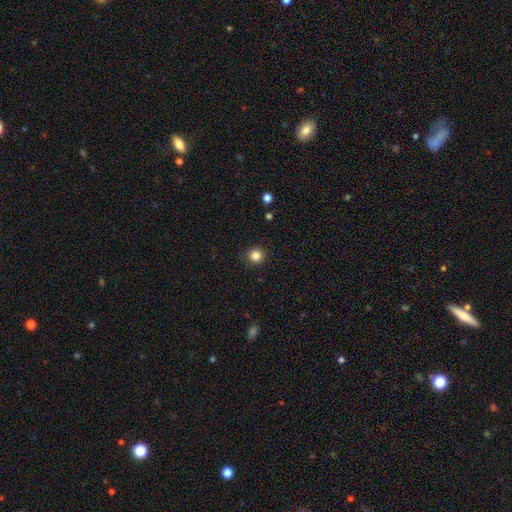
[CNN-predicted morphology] Smooth or featured?
  - smooth: 84% *
  - star or artifact: 12%
  - featured or disk: 4%
How rounded?
  - round: 94% *
  - in between: 5%
  - cigar-shaped: 1%
Merging?
  - none: 91% *
  - minor disturbance: 6%
  - major disturbance: 2%
  - merger: 1%